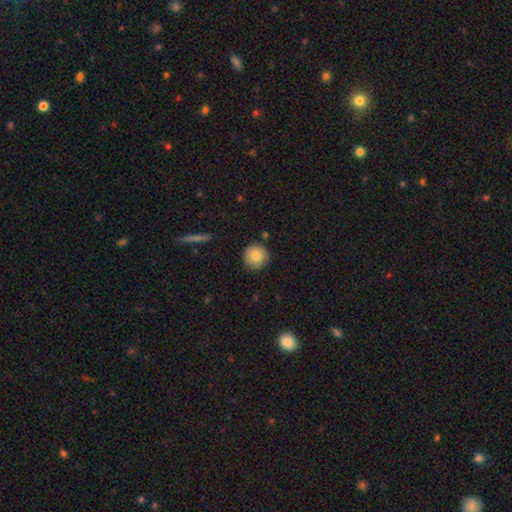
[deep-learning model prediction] The model was most divided on "merging": none: 83%, minor disturbance: 12%, major disturbance: 2%, merger: 2%. More confident: how rounded — round (94%); smooth or featured — smooth (83%).